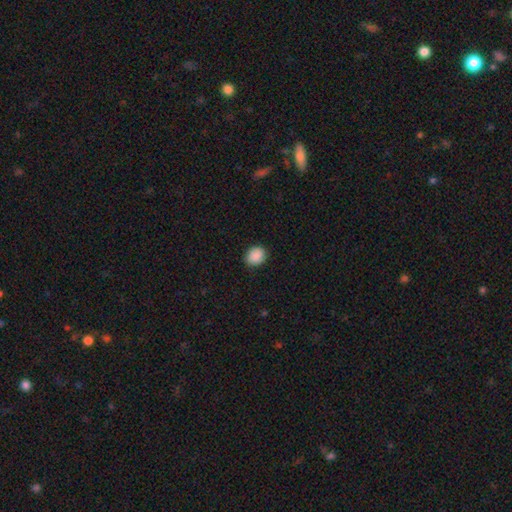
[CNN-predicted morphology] smooth-or-featured: smooth: 90% | star or artifact: 8% | featured or disk: 3%
  how-rounded: round: 58% | in between: 41% | cigar-shaped: 1%
  merging: none: 87% | minor disturbance: 10% | major disturbance: 2% | merger: 1%